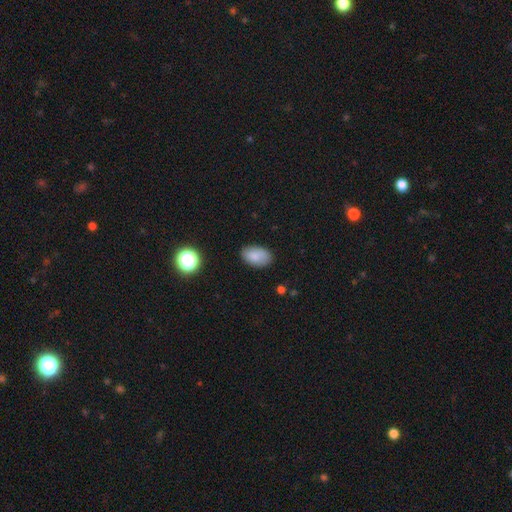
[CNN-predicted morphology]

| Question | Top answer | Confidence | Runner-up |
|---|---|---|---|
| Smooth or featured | smooth | 83% | star or artifact (9%) |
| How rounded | in between | 91% | round (7%) |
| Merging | none | 81% | minor disturbance (14%) |